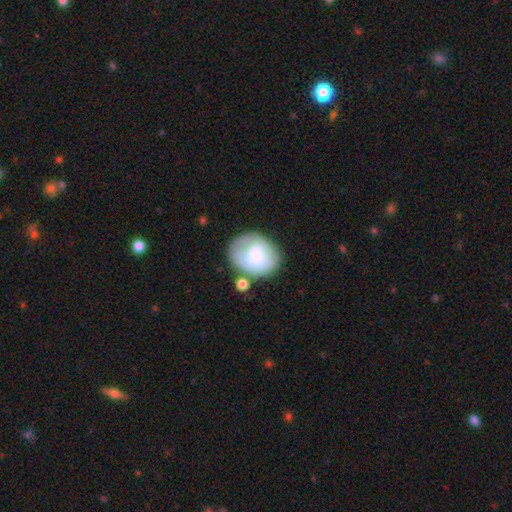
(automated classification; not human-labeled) A smooth galaxy with no disk features (66%) that is in between round and cigar-shaped (54%).

Vote fractions:
- Smooth or featured? smooth: 66% / featured or disk: 26% / star or artifact: 7%
- How rounded? in between: 54% / round: 45% / cigar-shaped: 1%
- Merging? none: 55% / minor disturbance: 23% / merger: 12% / major disturbance: 10%